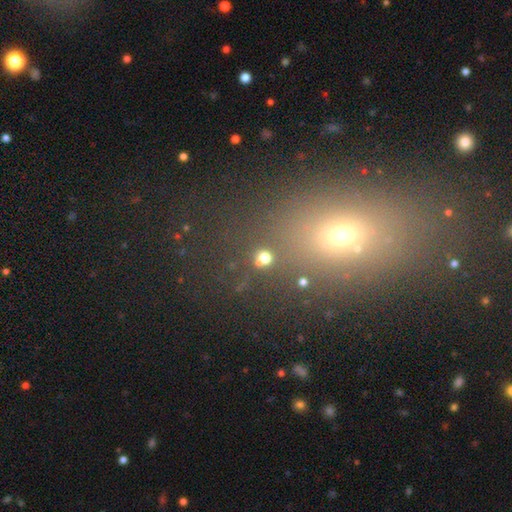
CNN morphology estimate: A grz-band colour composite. It shows a smooth galaxy with no disk features (55%) that is in between round and cigar-shaped (68%). Merging: none (76%).